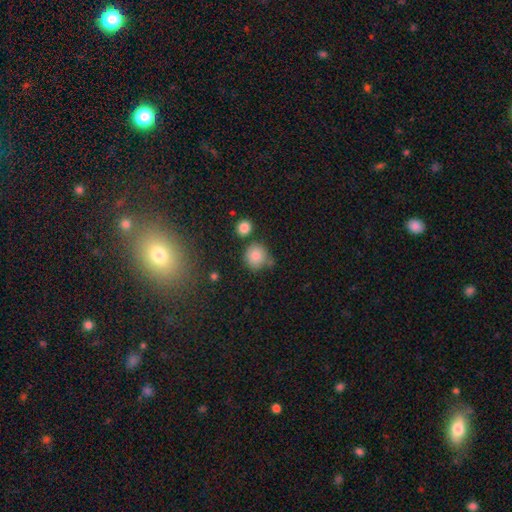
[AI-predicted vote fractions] This is clearly a smooth galaxy (82%). How rounded: clearly round (87%). Merging: likely none (66%).